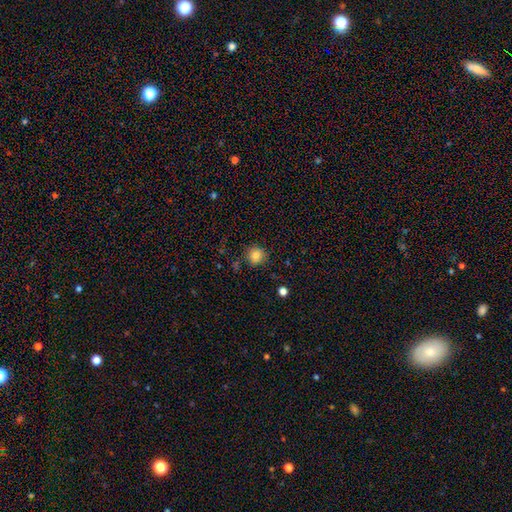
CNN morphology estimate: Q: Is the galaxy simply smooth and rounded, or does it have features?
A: smooth — 83%.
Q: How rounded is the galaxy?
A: round — 92%.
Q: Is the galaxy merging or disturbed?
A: none — 85%.